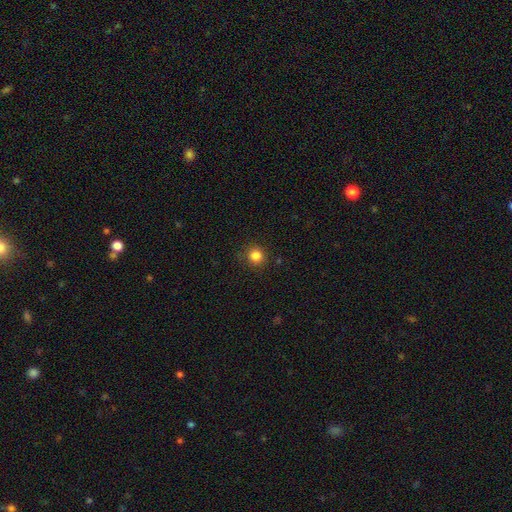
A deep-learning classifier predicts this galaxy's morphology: smooth 83%, star or artifact 13%, featured or disk 4%. Down the decision tree: how rounded — round (92%); merging — none (87%).